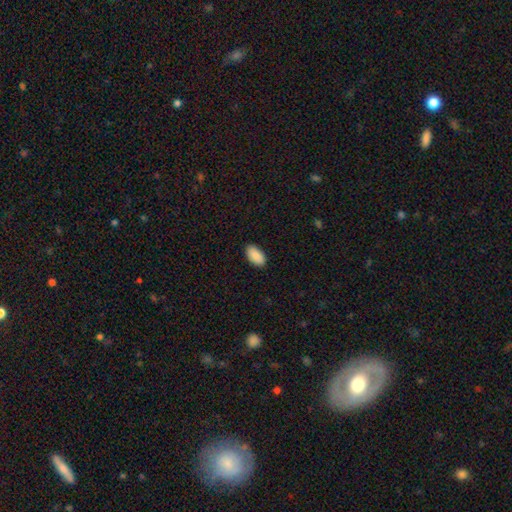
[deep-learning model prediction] Smooth or featured: smooth — 91% (star or artifact — 6%)
How rounded: in between — 95% (round — 2%)
Merging: none — 89% (minor disturbance — 8%)